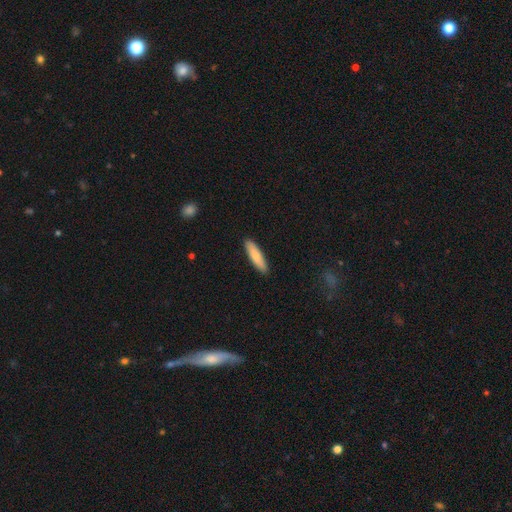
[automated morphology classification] Overall: smooth (80%). How rounded: cigar-shaped (72%). Merging: none (90%).